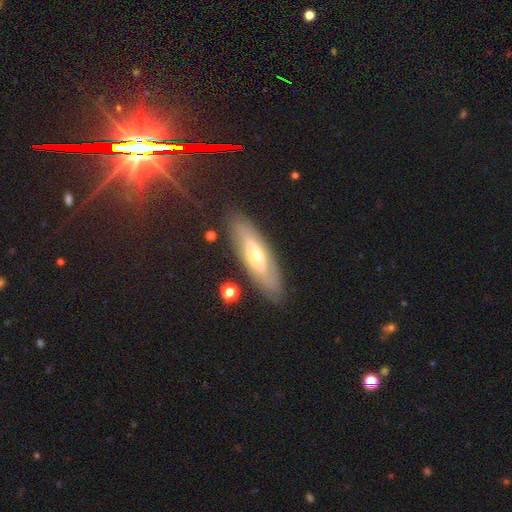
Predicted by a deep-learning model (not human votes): This appears to be a featured or disk galaxy (59%). Merging: none (84%).